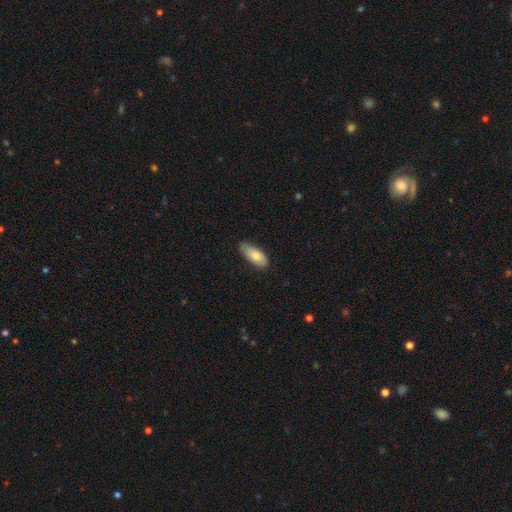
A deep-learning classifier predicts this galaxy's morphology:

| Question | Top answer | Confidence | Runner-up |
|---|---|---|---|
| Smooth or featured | smooth | 76% | featured or disk (18%) |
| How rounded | in between | 82% | cigar-shaped (15%) |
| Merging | none | 73% | minor disturbance (23%) |